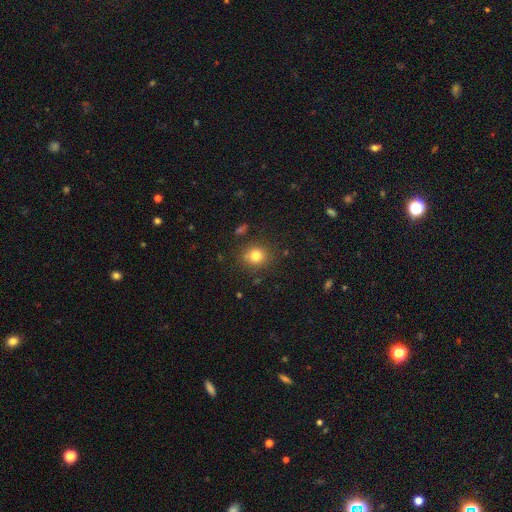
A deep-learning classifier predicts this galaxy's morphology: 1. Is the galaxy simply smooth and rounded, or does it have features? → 79% smooth, 13% star or artifact, 8% featured or disk.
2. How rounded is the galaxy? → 80% round, 19% in between, 1% cigar-shaped.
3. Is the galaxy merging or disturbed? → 82% none, 11% minor disturbance, 3% major disturbance, 3% merger.